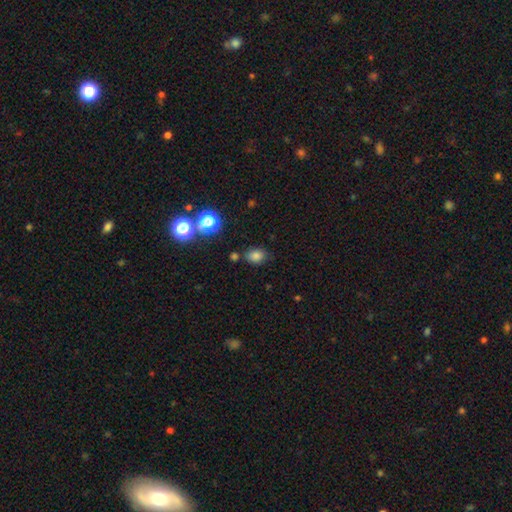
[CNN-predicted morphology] smooth-or-featured: smooth: 77% | star or artifact: 17% | featured or disk: 6%
  how-rounded: in between: 64% | round: 35% | cigar-shaped: 1%
  merging: none: 74% | minor disturbance: 15% | merger: 7% | major disturbance: 4%